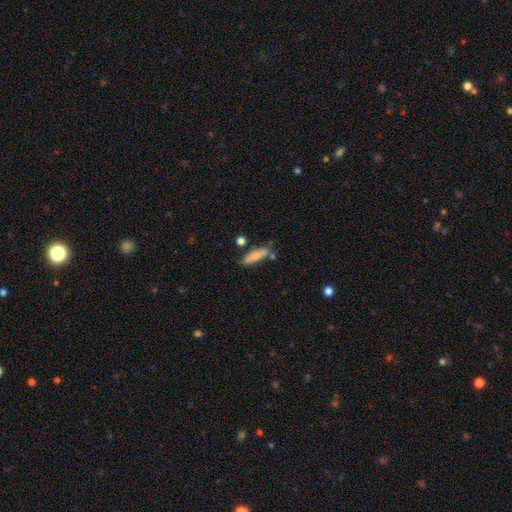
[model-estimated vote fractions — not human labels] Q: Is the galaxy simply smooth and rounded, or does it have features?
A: smooth — 76%.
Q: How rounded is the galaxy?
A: cigar-shaped — 54%.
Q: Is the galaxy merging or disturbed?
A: none — 66%.